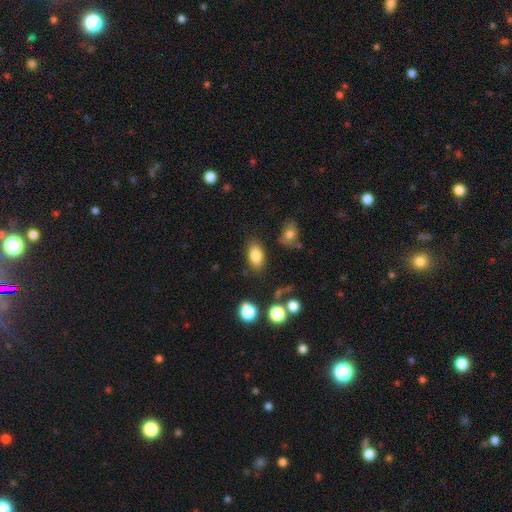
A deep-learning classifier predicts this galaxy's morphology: A smooth galaxy with no disk features (83%) that is in between round and cigar-shaped (90%). Merging: none (81%).